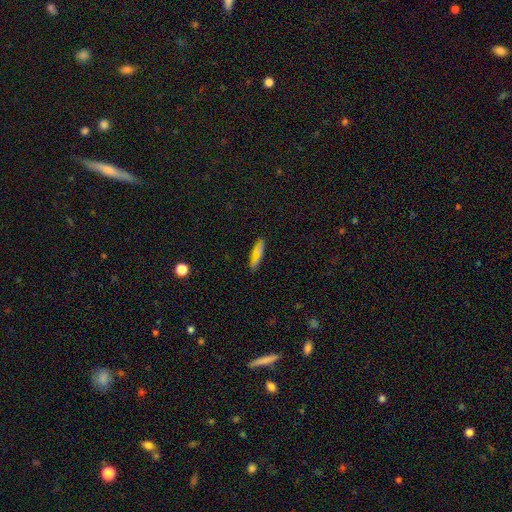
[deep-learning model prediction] A smooth galaxy with no disk features (64%) that is cigar-shaped (52%).

Vote fractions:
- Smooth or featured? smooth: 64% / featured or disk: 19% / star or artifact: 17%
- How rounded? cigar-shaped: 52% / in between: 43% / round: 5%
- Merging? none: 84% / minor disturbance: 11% / major disturbance: 3% / merger: 2%